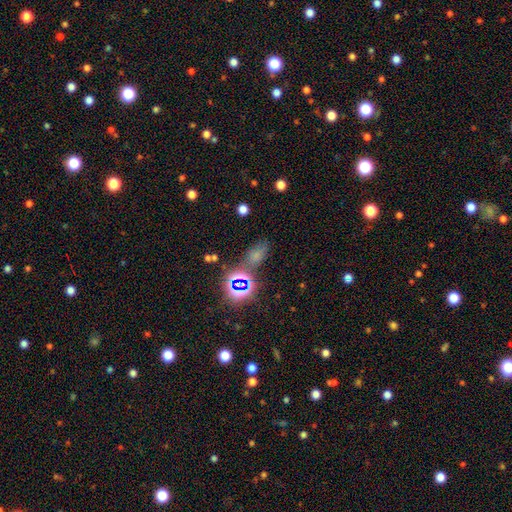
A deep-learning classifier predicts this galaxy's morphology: Smooth or featured: smooth — 49% (star or artifact — 40%)
Merging: none — 63% (minor disturbance — 18%)